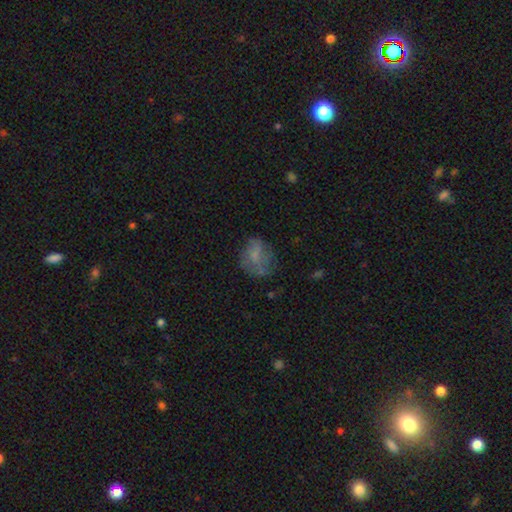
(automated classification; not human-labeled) Smooth or featured?
  - smooth: 62% *
  - featured or disk: 26%
  - star or artifact: 12%
How rounded?
  - round: 50% *
  - in between: 48%
  - cigar-shaped: 1%
Merging?
  - none: 52% *
  - minor disturbance: 25%
  - major disturbance: 20%
  - merger: 3%